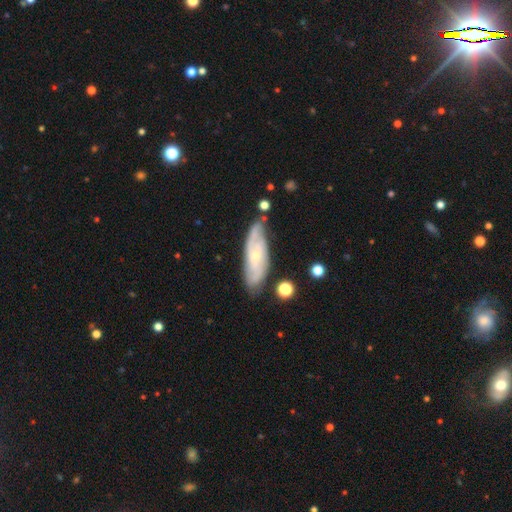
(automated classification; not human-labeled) Q: Smooth or featured?
A: featured or disk (72%); runner-up: smooth (22%)
Q: Edge-on disk?
A: no (85%); runner-up: yes (15%)
Q: Bar?
A: no (66%); runner-up: weak (27%)
Q: Spiral arms?
A: yes (90%); runner-up: no (10%)
Q: Spiral winding?
A: tight (52%); runner-up: medium (36%)
Q: Spiral arm count?
A: 2 (41%); runner-up: can't tell (37%)
Q: Bulge size?
A: small (75%); runner-up: moderate (21%)
Q: Merging?
A: none (72%); runner-up: minor disturbance (20%)